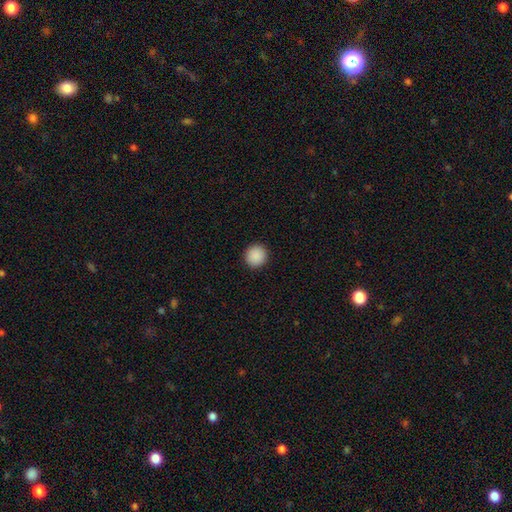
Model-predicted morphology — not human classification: Smooth or featured: smooth — 90% (star or artifact — 8%)
How rounded: round — 95% (in between — 4%)
Merging: none — 93% (minor disturbance — 4%)